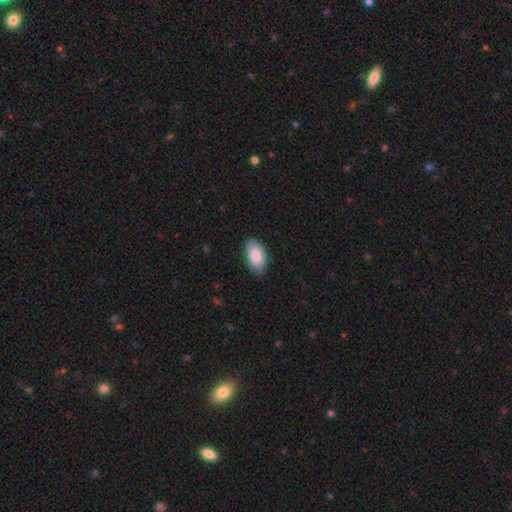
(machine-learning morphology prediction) Q: Smooth or featured?
A: smooth (87%); runner-up: featured or disk (7%)
Q: How rounded?
A: in between (95%); runner-up: round (3%)
Q: Merging?
A: none (84%); runner-up: minor disturbance (12%)